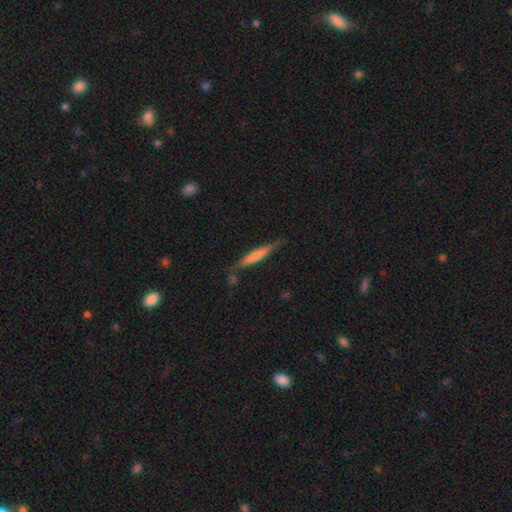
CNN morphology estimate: Smooth or featured: smooth — 60% (featured or disk — 34%)
How rounded: cigar-shaped — 92% (in between — 7%)
Merging: none — 75% (minor disturbance — 17%)